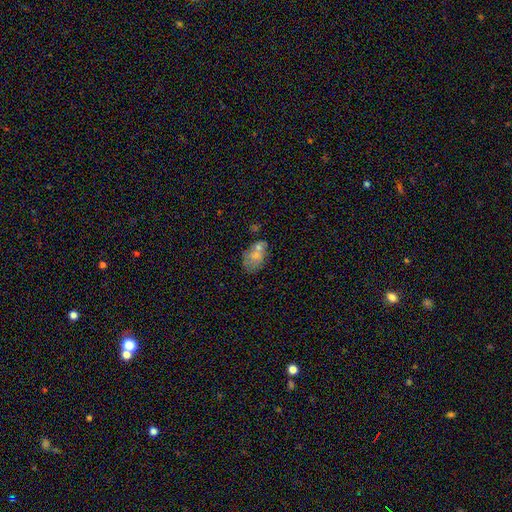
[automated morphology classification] smooth_or_featured: smooth (p=0.54) [alt: featured or disk p=0.28]
how_rounded: in between (p=0.81) [alt: round p=0.16]
merging: none (p=0.47) [alt: merger p=0.21]